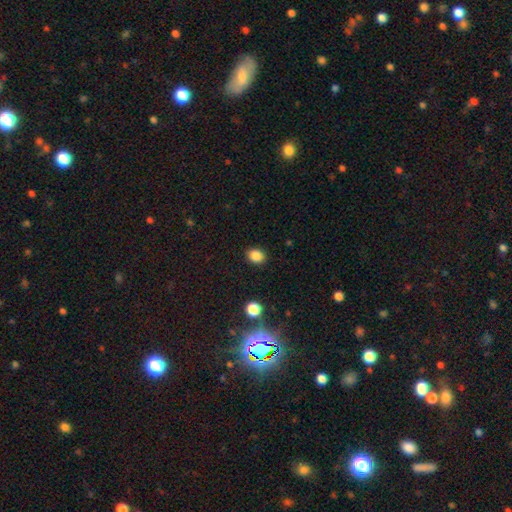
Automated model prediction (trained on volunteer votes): Q: Smooth or featured?
A: smooth (85%); runner-up: star or artifact (11%)
Q: How rounded?
A: round (52%); runner-up: in between (47%)
Q: Merging?
A: none (89%); runner-up: minor disturbance (8%)